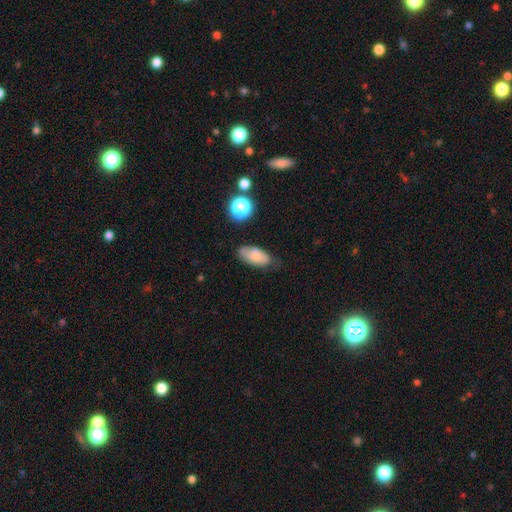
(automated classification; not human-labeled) Overall: smooth (74%). How rounded: in between (89%). Merging: none (63%; minor disturbance 27%).